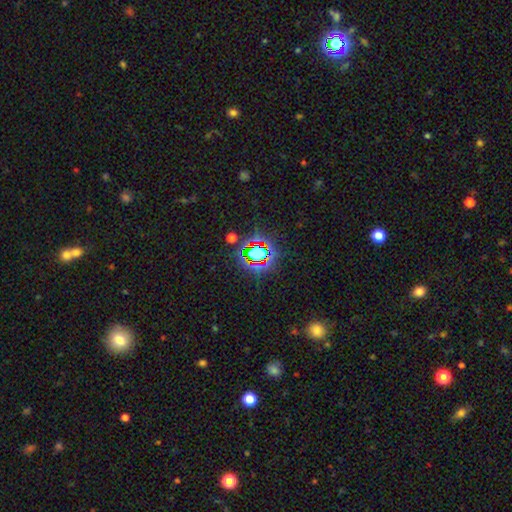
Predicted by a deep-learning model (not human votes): Smooth or featured?
  - star or artifact: 70% *
  - smooth: 18%
  - featured or disk: 12%